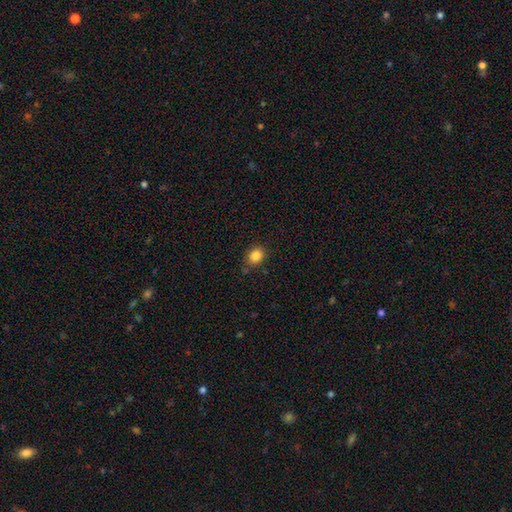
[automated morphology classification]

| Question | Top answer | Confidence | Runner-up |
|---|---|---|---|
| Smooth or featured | smooth | 85% | star or artifact (10%) |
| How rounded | round | 57% | in between (42%) |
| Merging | none | 76% | minor disturbance (18%) |